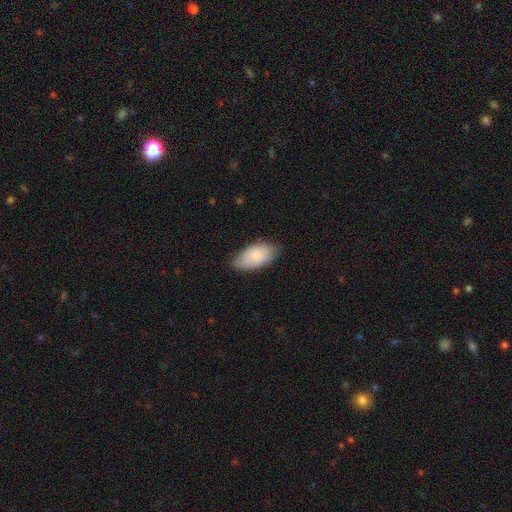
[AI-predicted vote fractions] This appears to be a smooth galaxy with no disk features (76%) that is in between round and cigar-shaped (93%). Merging: none (75%).